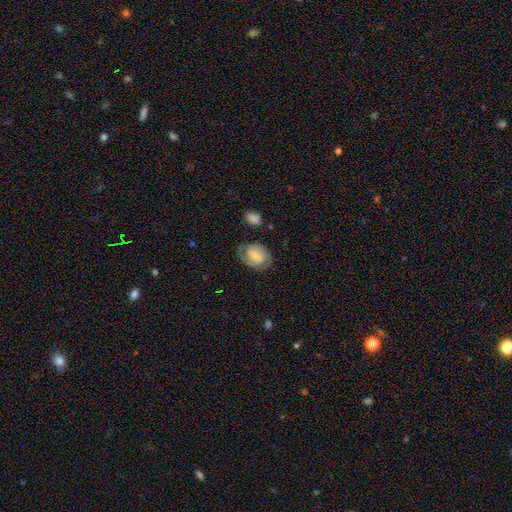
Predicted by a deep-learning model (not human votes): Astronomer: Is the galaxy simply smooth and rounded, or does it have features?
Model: smooth — 49% (runner-up: featured or disk, 44%).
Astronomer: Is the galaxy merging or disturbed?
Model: none — 61%.